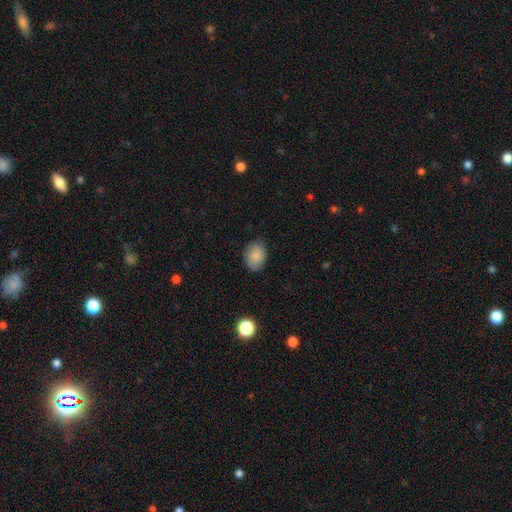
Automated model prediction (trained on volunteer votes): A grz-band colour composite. It shows a smooth galaxy with no disk features (85%) that is in between round and cigar-shaped (75%). Merging: none (81%).